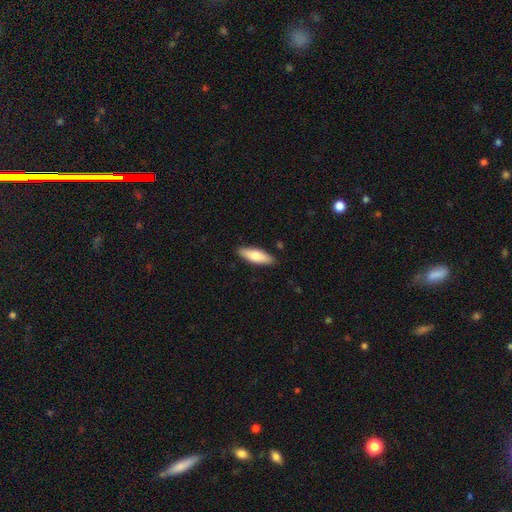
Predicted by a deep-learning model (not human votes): smooth 75%, featured or disk 19%, star or artifact 6%. Down the decision tree: how rounded — in between (55%); merging — none (88%).